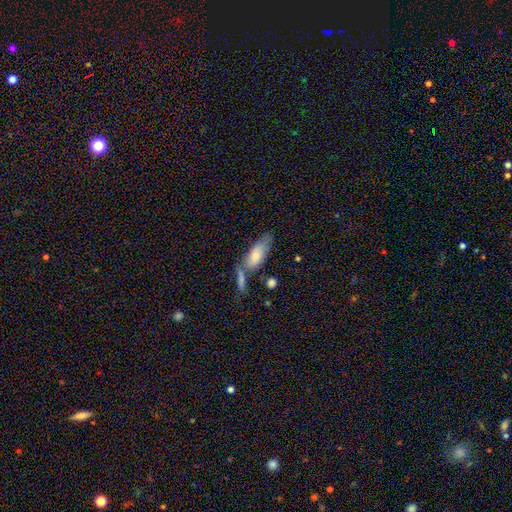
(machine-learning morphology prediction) smooth 73%, featured or disk 21%, star or artifact 6%. Down the decision tree: how rounded — in between (73%); merging — none (48%).